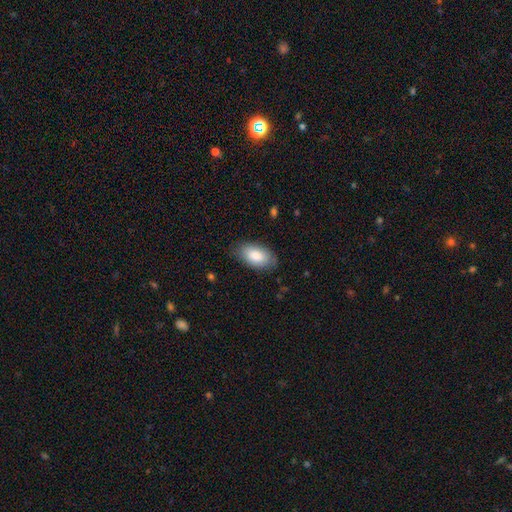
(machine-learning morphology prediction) smooth-or-featured: smooth: 85% | featured or disk: 9% | star or artifact: 6%
  how-rounded: in between: 95% | round: 3% | cigar-shaped: 2%
  merging: none: 79% | minor disturbance: 16% | major disturbance: 4% | merger: 1%